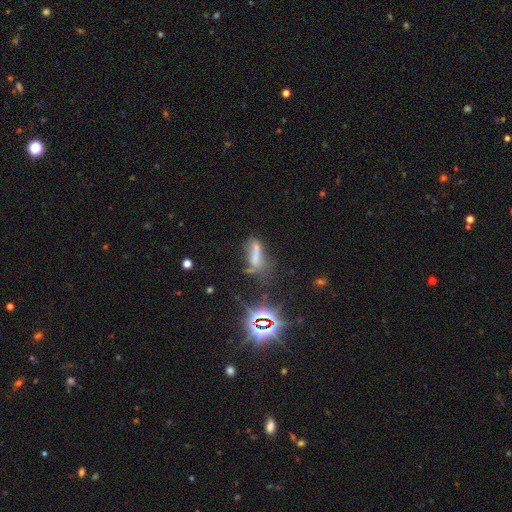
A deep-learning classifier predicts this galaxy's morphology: Q: Smooth or featured?
A: smooth (51%); runner-up: featured or disk (25%)
Q: How rounded?
A: in between (49%); runner-up: cigar-shaped (46%)
Q: Merging?
A: none (29%); tied with: major disturbance (29%)